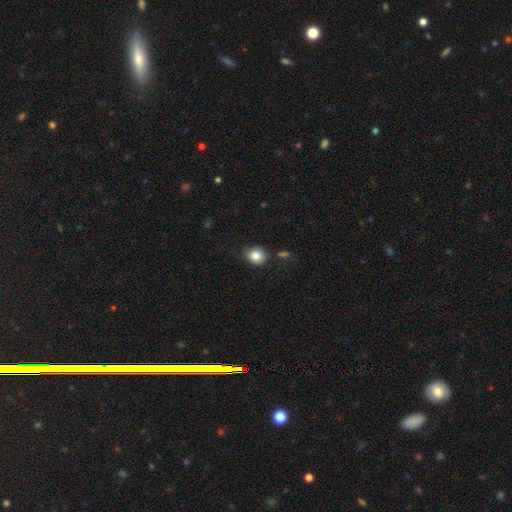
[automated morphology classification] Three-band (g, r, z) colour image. It shows a smooth galaxy with no disk features (84%) that is round (76%). Merging: none (76%).